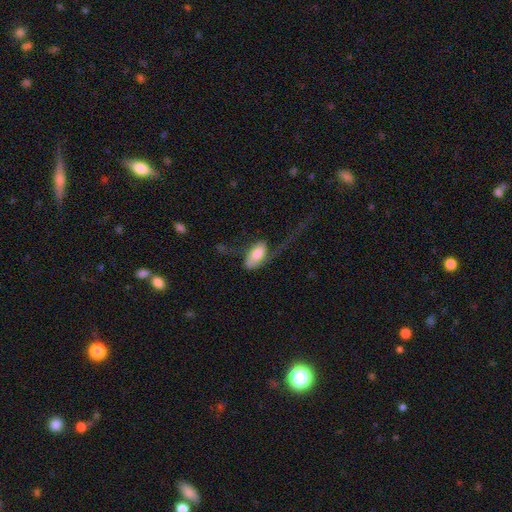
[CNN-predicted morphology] This appears to be a smooth galaxy with no disk features (59%) that is in between round and cigar-shaped (90%). Merging: major disturbance (56%).